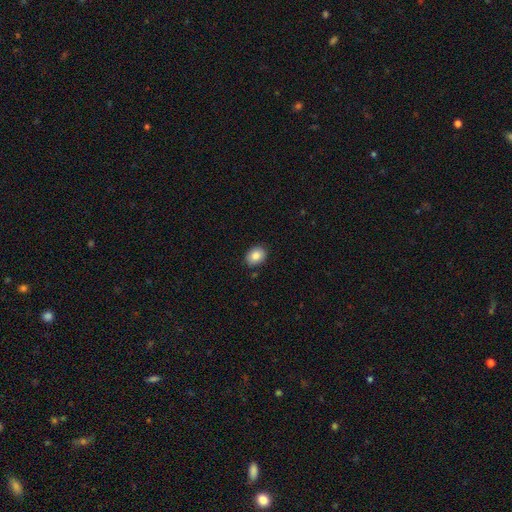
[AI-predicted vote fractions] This is clearly a smooth galaxy (85%). How rounded: possibly in between (57%). Merging: clearly none (88%).